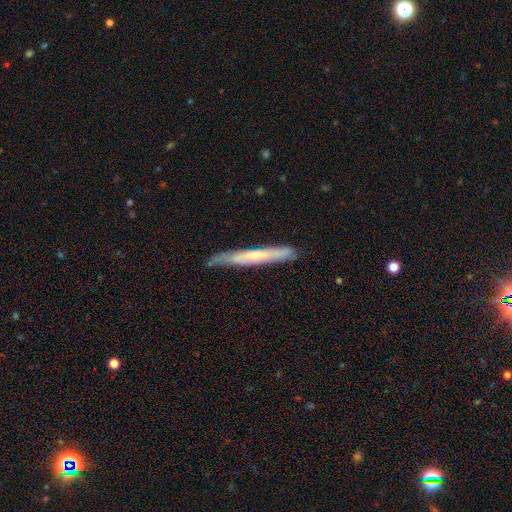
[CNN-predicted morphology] smooth_or_featured: featured or disk (p=0.53) [alt: smooth p=0.41]
disk_edge_on: yes (p=0.87) [alt: no p=0.13]
merging: none (p=0.78) [alt: minor disturbance p=0.18]